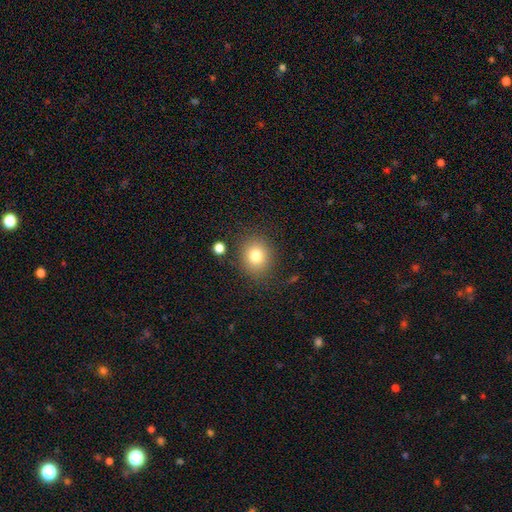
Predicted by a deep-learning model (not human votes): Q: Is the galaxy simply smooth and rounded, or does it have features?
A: smooth — 79%.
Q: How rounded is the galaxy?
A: round — 76%.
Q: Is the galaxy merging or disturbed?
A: none — 83%.